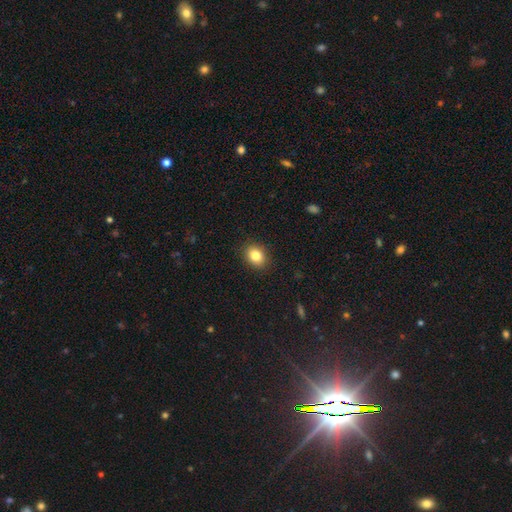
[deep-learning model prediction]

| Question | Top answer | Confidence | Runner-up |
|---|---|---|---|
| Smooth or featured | smooth | 84% | star or artifact (9%) |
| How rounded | in between | 57% | round (42%) |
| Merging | none | 89% | minor disturbance (8%) |